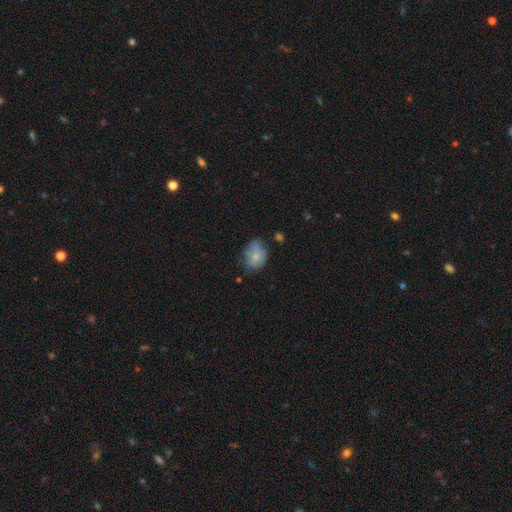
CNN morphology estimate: Smooth or featured? Predicted: smooth (p=0.70). How rounded? Predicted: in between (p=0.63). Merging? Predicted: none (p=0.48).